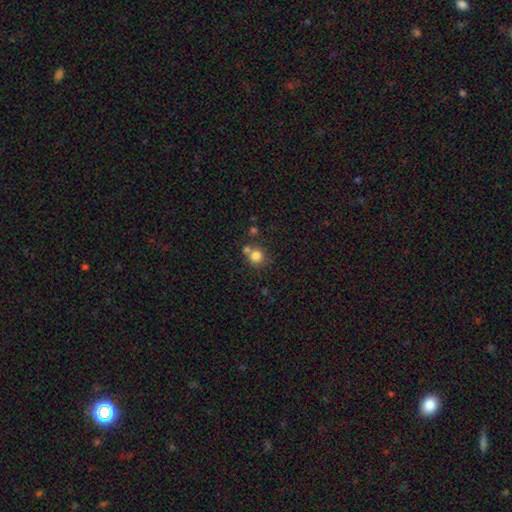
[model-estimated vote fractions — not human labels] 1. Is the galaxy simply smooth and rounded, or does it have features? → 80% smooth, 12% star or artifact, 8% featured or disk.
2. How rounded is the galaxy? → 90% round, 10% in between, 1% cigar-shaped.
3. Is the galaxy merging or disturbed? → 58% none, 29% merger, 9% minor disturbance, 4% major disturbance.